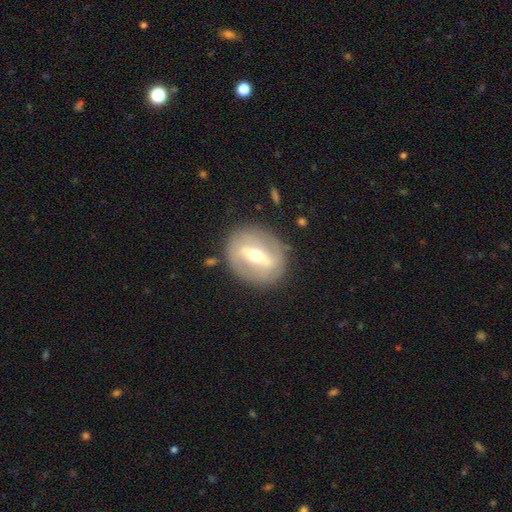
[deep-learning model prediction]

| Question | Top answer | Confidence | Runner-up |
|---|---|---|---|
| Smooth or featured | featured or disk | 73% | smooth (21%) |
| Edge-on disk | no | 86% | yes (14%) |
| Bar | strong | 67% | weak (25%) |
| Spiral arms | no | 60% | yes (40%) |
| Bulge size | moderate | 66% | small (27%) |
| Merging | none | 84% | minor disturbance (10%) |